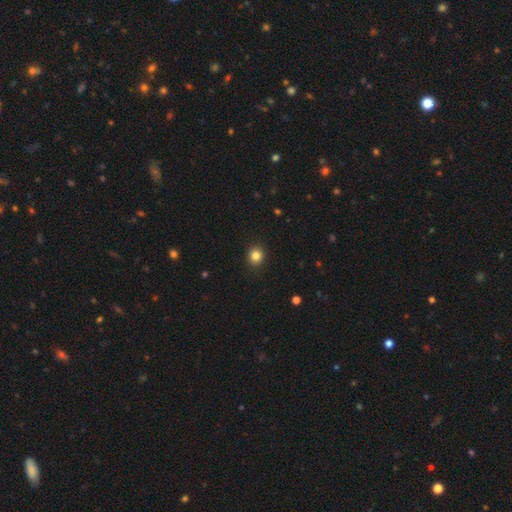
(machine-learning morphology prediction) This is clearly a smooth galaxy (84%). How rounded: likely round (80%). Merging: clearly none (91%).